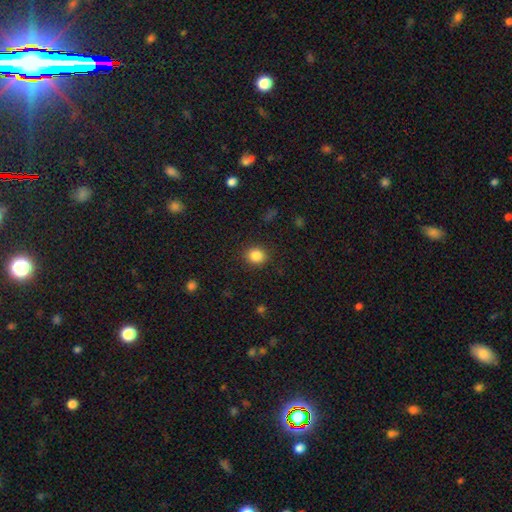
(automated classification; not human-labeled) smooth 86%, star or artifact 10%, featured or disk 4%. Down the decision tree: how rounded — round (74%); merging — none (89%).